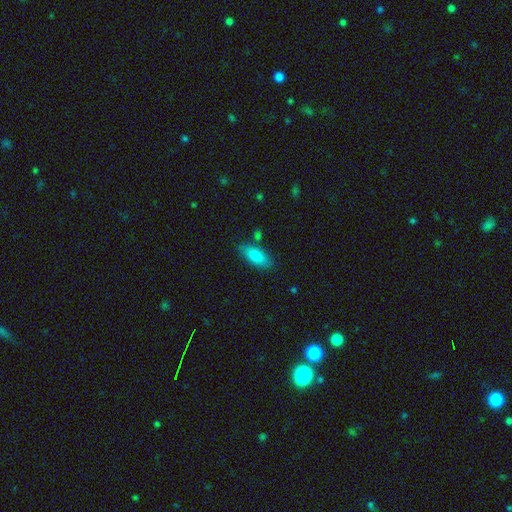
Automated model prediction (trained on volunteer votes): A smooth galaxy with no disk features (85%) that is in between round and cigar-shaped (79%).

Vote fractions:
- Smooth or featured? smooth: 85% / featured or disk: 8% / star or artifact: 6%
- How rounded? in between: 79% / cigar-shaped: 19% / round: 2%
- Merging? none: 79% / minor disturbance: 14% / merger: 5% / major disturbance: 3%